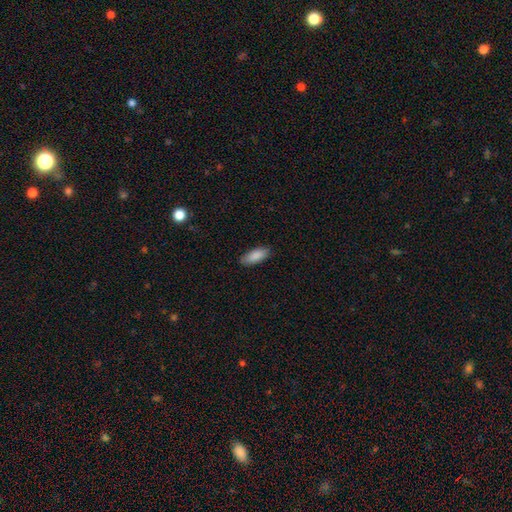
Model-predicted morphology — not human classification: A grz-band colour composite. It shows a smooth galaxy with no disk features (89%) that is in between round and cigar-shaped (80%). Merging: none (87%).